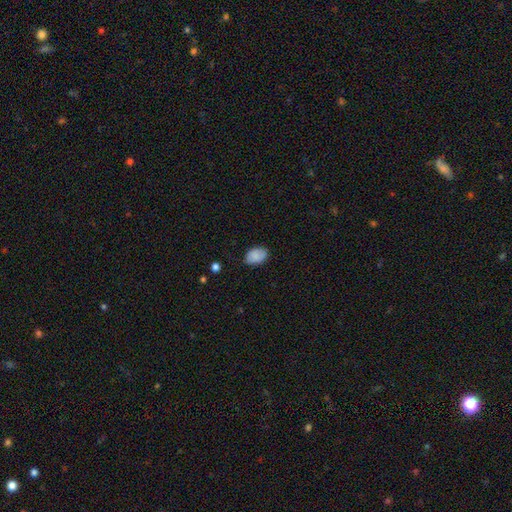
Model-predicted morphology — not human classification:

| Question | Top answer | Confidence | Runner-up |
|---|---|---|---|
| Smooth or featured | smooth | 87% | star or artifact (7%) |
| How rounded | in between | 86% | round (13%) |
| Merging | none | 77% | minor disturbance (19%) |